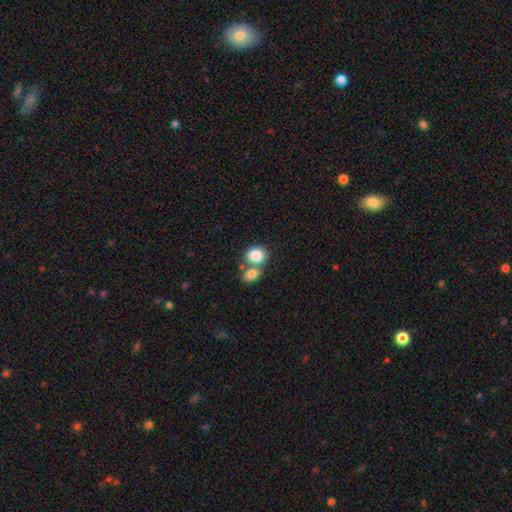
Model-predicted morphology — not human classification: Overall: smooth (84%). How rounded: round (54%; in between 45%). Merging: merger (49%; none 39%).